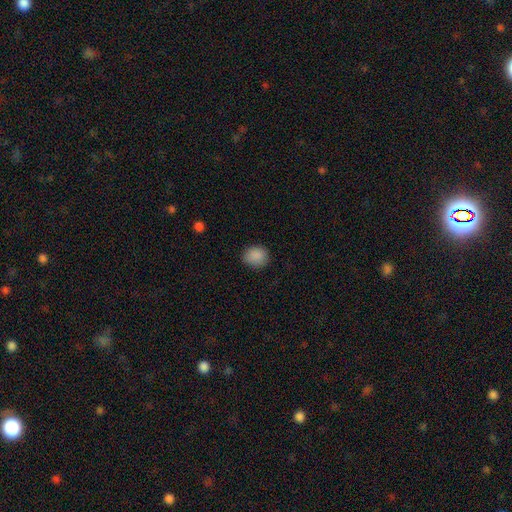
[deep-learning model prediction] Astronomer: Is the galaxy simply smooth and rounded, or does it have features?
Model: smooth — 88%.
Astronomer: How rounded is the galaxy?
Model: round — 63%.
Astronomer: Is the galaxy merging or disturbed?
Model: none — 83%.